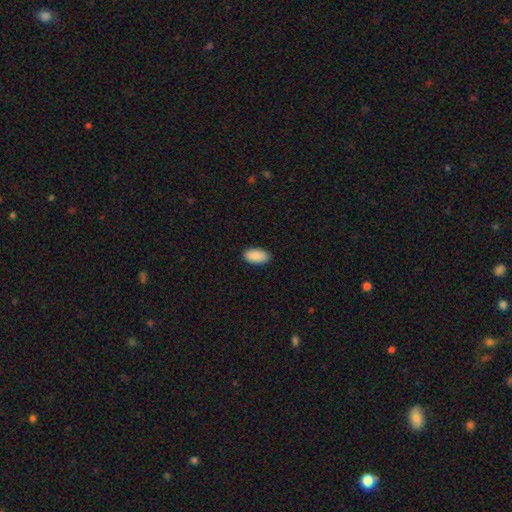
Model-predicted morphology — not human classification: type=smooth (91%); roundness=in between (95%); merging=none (89%).